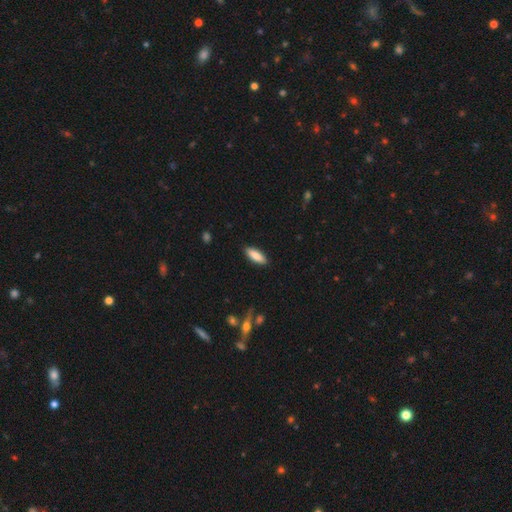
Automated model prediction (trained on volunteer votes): Smooth or featured?
  - smooth: 86% *
  - featured or disk: 9%
  - star or artifact: 6%
How rounded?
  - in between: 66% *
  - cigar-shaped: 33%
  - round: 2%
Merging?
  - none: 89% *
  - minor disturbance: 8%
  - major disturbance: 2%
  - merger: 1%